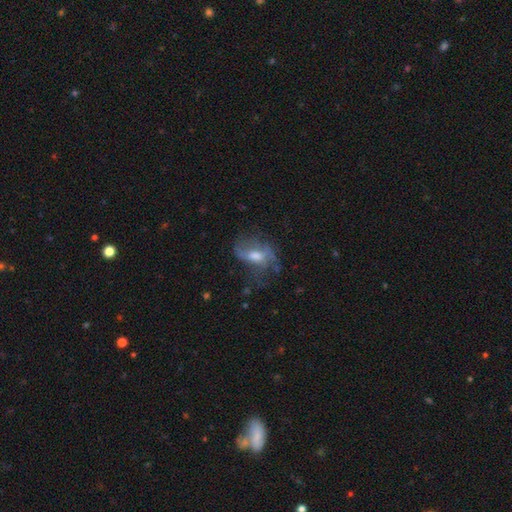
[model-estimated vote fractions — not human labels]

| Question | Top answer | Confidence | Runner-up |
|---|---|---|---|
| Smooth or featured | featured or disk | 58% | smooth (31%) |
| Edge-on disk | no | 93% | yes (7%) |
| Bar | no | 48% | weak (39%) |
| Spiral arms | yes | 57% | no (43%) |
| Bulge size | moderate | 59% | small (22%) |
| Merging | none | 45% | major disturbance (29%) |